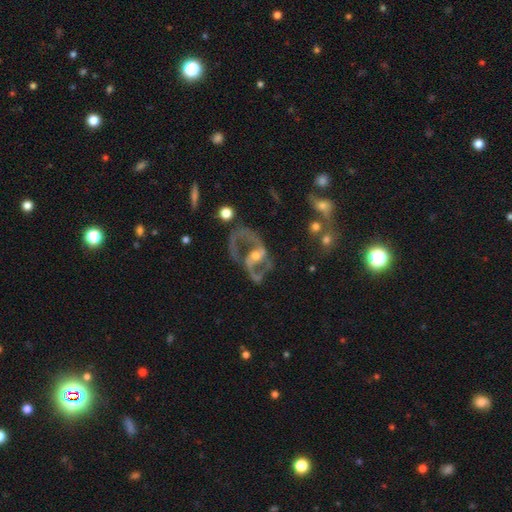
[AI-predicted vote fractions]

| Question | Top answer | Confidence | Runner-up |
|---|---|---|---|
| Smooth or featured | featured or disk | 85% | smooth (8%) |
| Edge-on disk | no | 97% | yes (3%) |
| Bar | no | 40% | weak (35%) |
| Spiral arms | yes | 83% | no (17%) |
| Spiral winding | loose | 48% | medium (42%) |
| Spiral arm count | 2 | 84% | 1 (6%) |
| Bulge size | moderate | 56% | small (36%) |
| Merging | none | 47% | major disturbance (31%) |